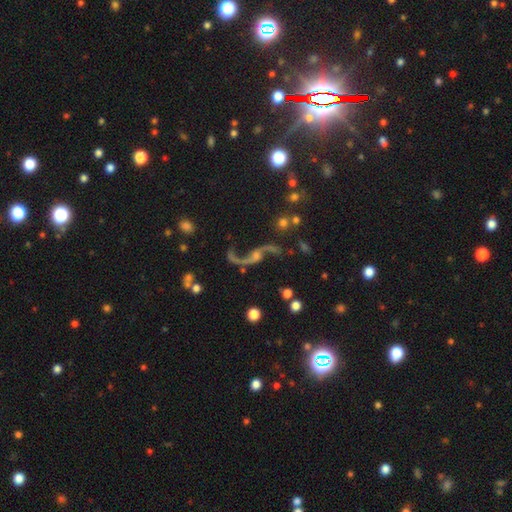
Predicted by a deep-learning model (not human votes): smooth-or-featured: featured or disk: 85% | star or artifact: 9% | smooth: 5%
  disk-edge-on: no: 93% | yes: 7%
    bar: no: 61% | weak: 28% | strong: 11%
    has-spiral-arms: yes: 95% | no: 5%
      spiral-winding: loose: 93% | medium: 5% | tight: 2%
      spiral-arm-count: 2: 92% | 1: 4% | can't tell: 1% | 3: 1% | 4: 1% | more than 4: 1%
    bulge-size: small: 43% | moderate: 32% | none: 15% | large: 7% | dominant: 3%
  merging: none: 63% | minor disturbance: 15% | major disturbance: 14% | merger: 7%